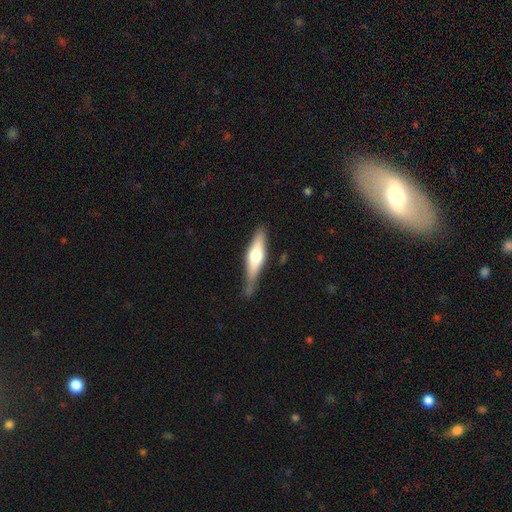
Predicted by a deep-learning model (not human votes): featured or disk 51%, smooth 44%, star or artifact 5%. Down the decision tree: edge-on disk — yes (93%); merging — none (71%).